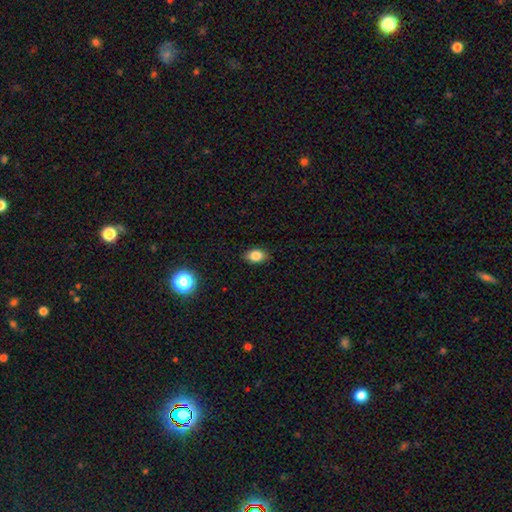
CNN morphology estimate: Q: Smooth or featured?
A: smooth (83%); runner-up: star or artifact (11%)
Q: How rounded?
A: in between (78%); runner-up: round (21%)
Q: Merging?
A: none (85%); runner-up: minor disturbance (12%)